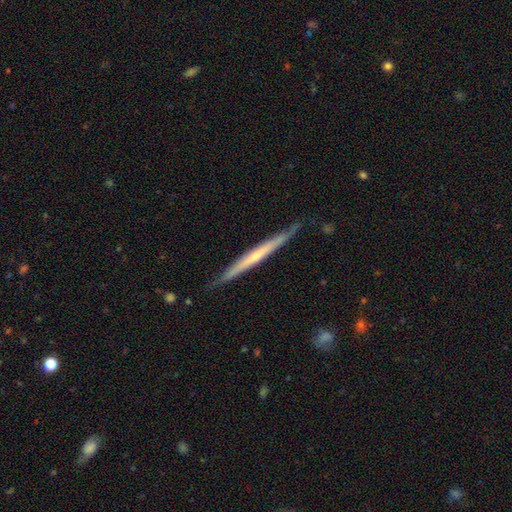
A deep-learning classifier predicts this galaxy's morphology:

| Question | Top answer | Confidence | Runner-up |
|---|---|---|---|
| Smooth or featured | featured or disk | 63% | smooth (31%) |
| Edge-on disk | yes | 97% | no (3%) |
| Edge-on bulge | none | 62% | rounded (33%) |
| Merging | none | 84% | minor disturbance (13%) |